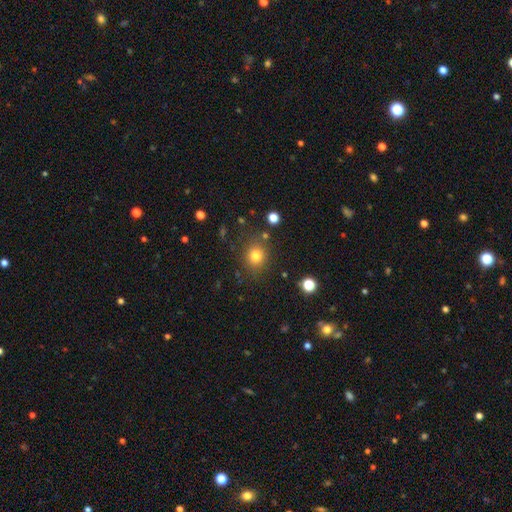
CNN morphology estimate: Smooth or featured? Predicted: smooth (p=0.79). How rounded? Predicted: round (p=0.77). Merging? Predicted: none (p=0.83).